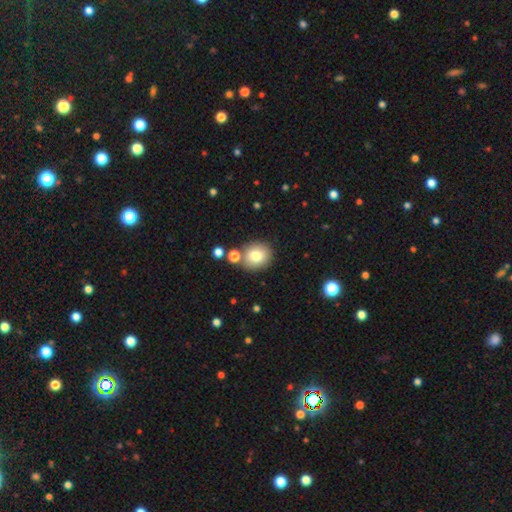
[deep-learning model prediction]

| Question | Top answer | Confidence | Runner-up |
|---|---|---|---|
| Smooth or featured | smooth | 78% | star or artifact (11%) |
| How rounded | round | 80% | in between (19%) |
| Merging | none | 76% | merger (12%) |